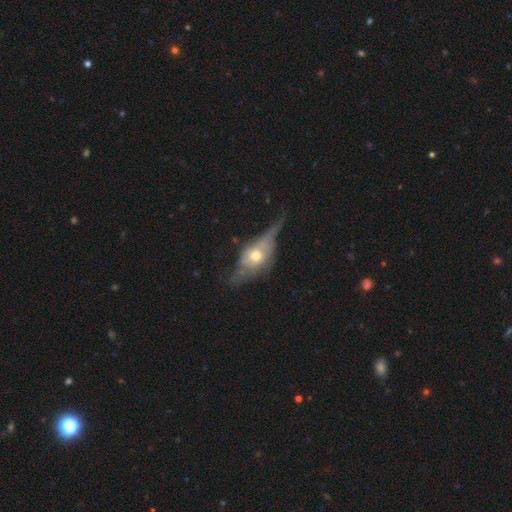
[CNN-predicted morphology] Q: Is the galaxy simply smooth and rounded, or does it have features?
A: featured or disk — 66%.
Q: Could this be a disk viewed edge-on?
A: yes — 64%.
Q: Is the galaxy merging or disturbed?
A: none — 44%.